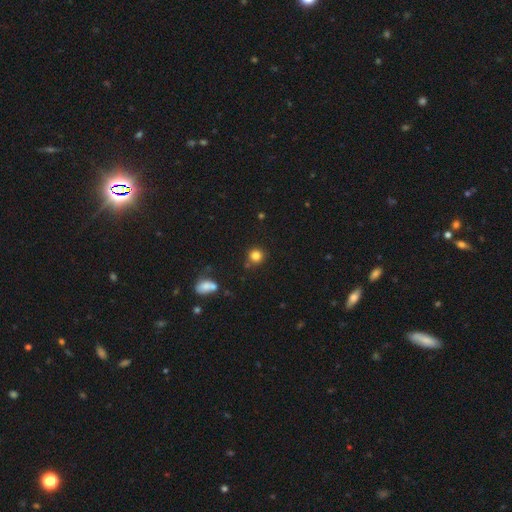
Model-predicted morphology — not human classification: type=smooth (83%); roundness=round (91%); merging=none (80%).